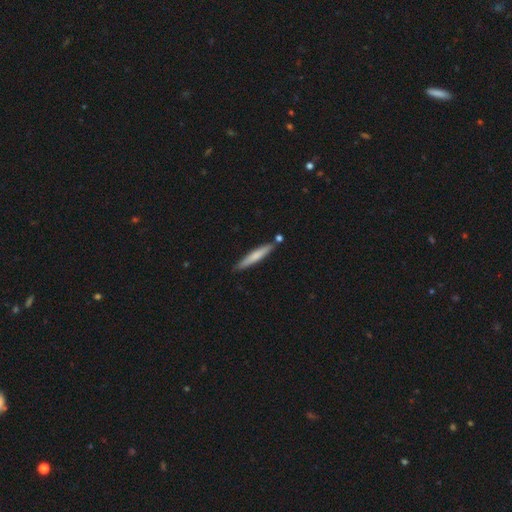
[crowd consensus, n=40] Smooth or featured? 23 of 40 (57%) said smooth. How rounded? 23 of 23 (100%) said cigar-shaped. Merging? 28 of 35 (80%) said none.